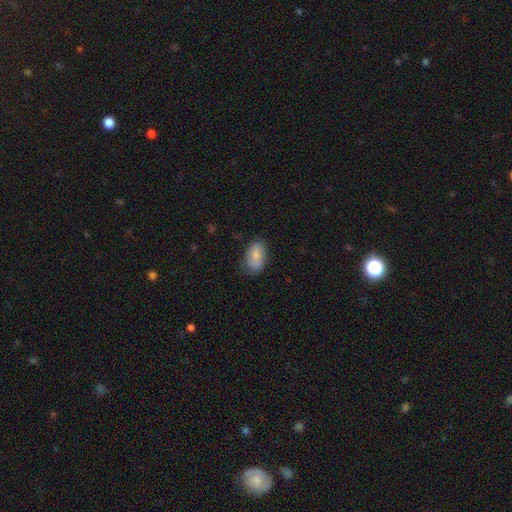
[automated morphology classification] The model was most divided on "merging": none: 69%, minor disturbance: 24%, major disturbance: 6%, merger: 1%. More confident: how rounded — in between (91%); smooth or featured — smooth (78%).